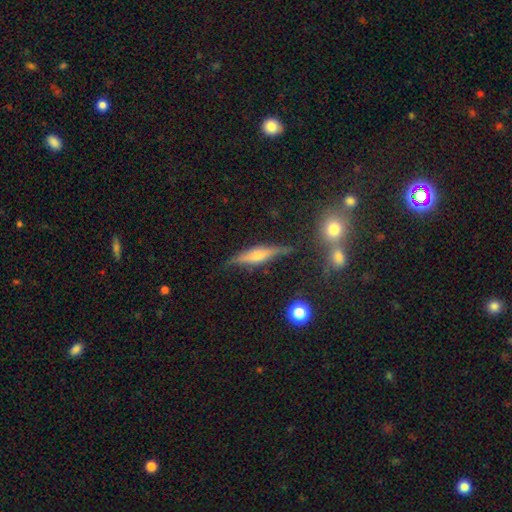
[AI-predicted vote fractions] A featured or disk galaxy (68%) viewed edge-on (95%) with a rounded central bulge (82%).

Vote fractions:
- Smooth or featured? featured or disk: 68% / smooth: 23% / star or artifact: 9%
- Edge-on disk? yes: 95% / no: 5%
- Edge-on bulge? rounded: 82% / boxy: 11% / none: 7%
- Merging? none: 82% / minor disturbance: 12% / merger: 4% / major disturbance: 3%